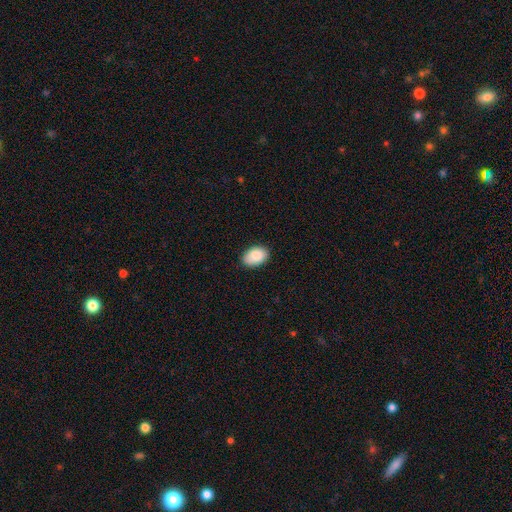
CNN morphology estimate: The model was most divided on "merging": none: 85%, minor disturbance: 12%, major disturbance: 2%, merger: 1%. More confident: smooth or featured — smooth (88%); how rounded — in between (88%).